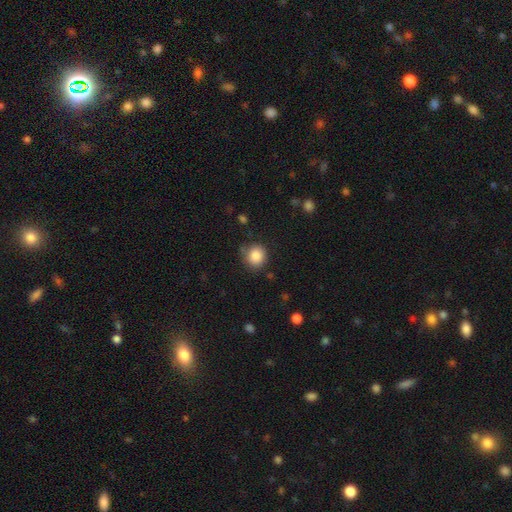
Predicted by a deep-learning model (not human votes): smooth 86%, star or artifact 9%, featured or disk 5%. Down the decision tree: how rounded — round (85%); merging — none (77%).